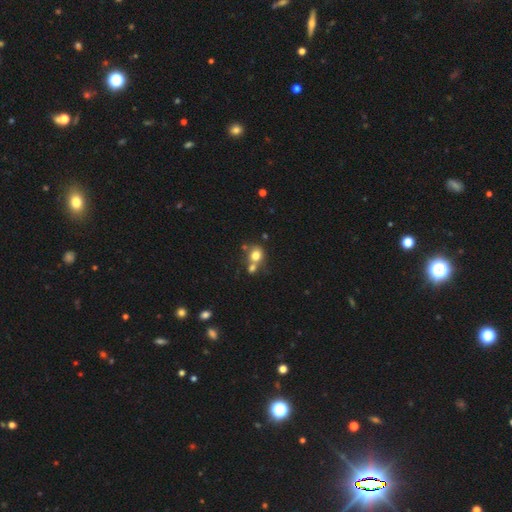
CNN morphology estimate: A smooth galaxy with no disk features (76%) that is round (71%).

Vote fractions:
- Smooth or featured? smooth: 76% / featured or disk: 13% / star or artifact: 12%
- How rounded? round: 71% / in between: 28% / cigar-shaped: 1%
- Merging? merger: 46% / none: 40% / minor disturbance: 10% / major disturbance: 5%